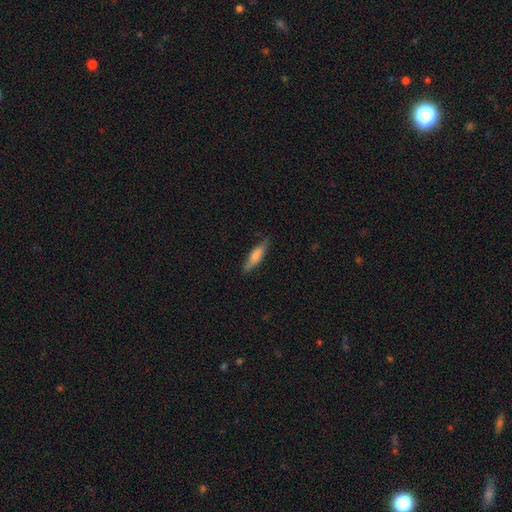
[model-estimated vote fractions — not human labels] This appears to be a smooth galaxy with no disk features (73%) that is cigar-shaped (72%). Merging: none (81%).